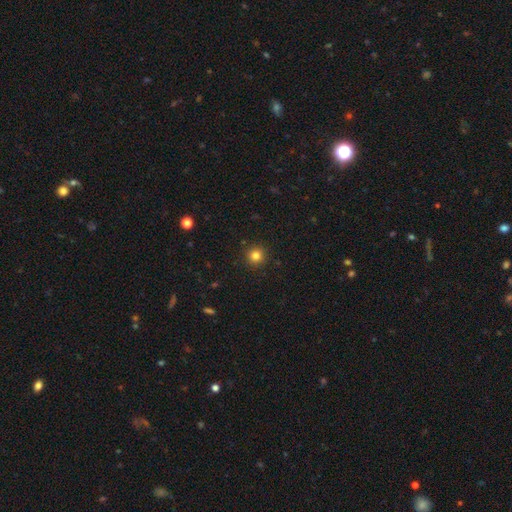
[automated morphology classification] Smooth or featured?
  - smooth: 82% *
  - star or artifact: 13%
  - featured or disk: 5%
How rounded?
  - round: 95% *
  - in between: 4%
  - cigar-shaped: 1%
Merging?
  - none: 92% *
  - minor disturbance: 5%
  - major disturbance: 2%
  - merger: 1%